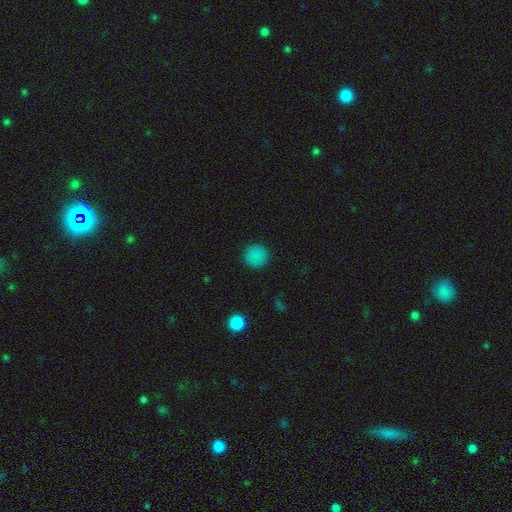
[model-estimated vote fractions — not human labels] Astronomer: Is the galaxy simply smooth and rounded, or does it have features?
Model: smooth — 85%.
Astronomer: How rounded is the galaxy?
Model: round — 94%.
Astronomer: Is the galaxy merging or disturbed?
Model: none — 91%.